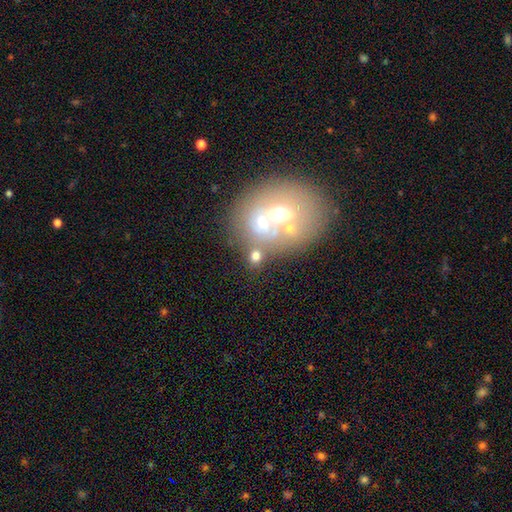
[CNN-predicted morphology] Smooth or featured?
  - smooth: 58% *
  - featured or disk: 26%
  - star or artifact: 16%
How rounded?
  - round: 62% *
  - in between: 36%
  - cigar-shaped: 2%
Merging?
  - none: 44% *
  - merger: 39%
  - minor disturbance: 10%
  - major disturbance: 7%